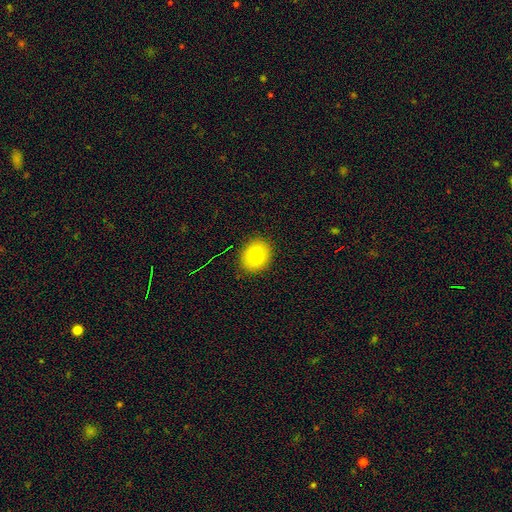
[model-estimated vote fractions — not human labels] The model was most divided on "how rounded": round: 62%, in between: 37%, cigar-shaped: 1%. More confident: merging — none (89%); smooth or featured — smooth (77%).